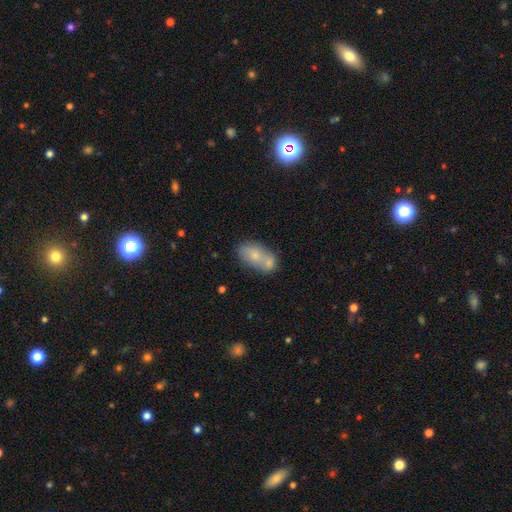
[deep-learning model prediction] Q: Smooth or featured?
A: smooth (69%); runner-up: featured or disk (23%)
Q: How rounded?
A: in between (87%); runner-up: round (10%)
Q: Merging?
A: merger (46%); runner-up: none (36%)